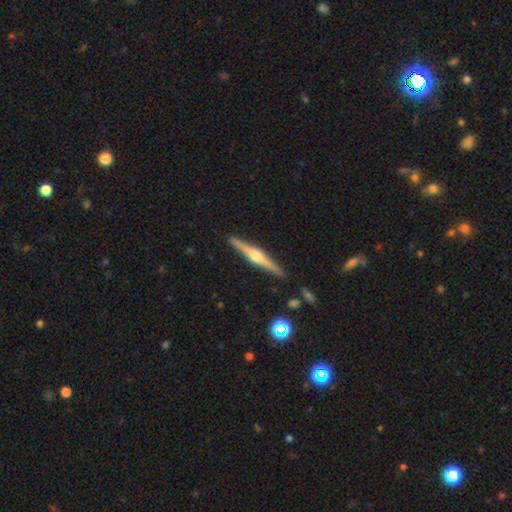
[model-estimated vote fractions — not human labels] A featured or disk galaxy (80%) viewed edge-on (98%) with a rounded central bulge (91%).

Vote fractions:
- Smooth or featured? featured or disk: 80% / smooth: 15% / star or artifact: 5%
- Edge-on disk? yes: 98% / no: 2%
- Edge-on bulge? rounded: 91% / boxy: 6% / none: 3%
- Merging? none: 91% / minor disturbance: 6% / merger: 1% / major disturbance: 1%